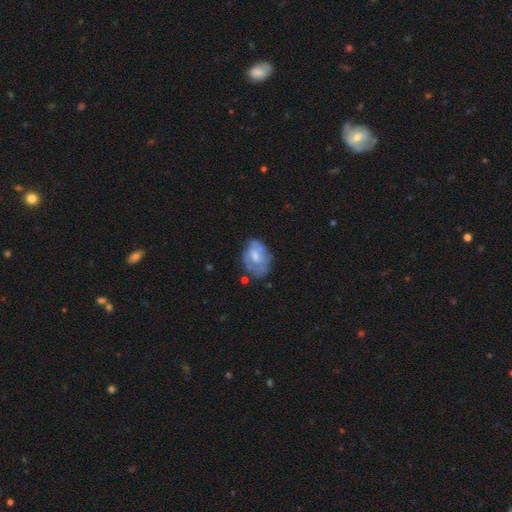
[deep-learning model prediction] This appears to be a featured or disk galaxy (54%) with no bar (60%), no spiral arms (57%) and a moderate central bulge (46%). Merging: none (46%).